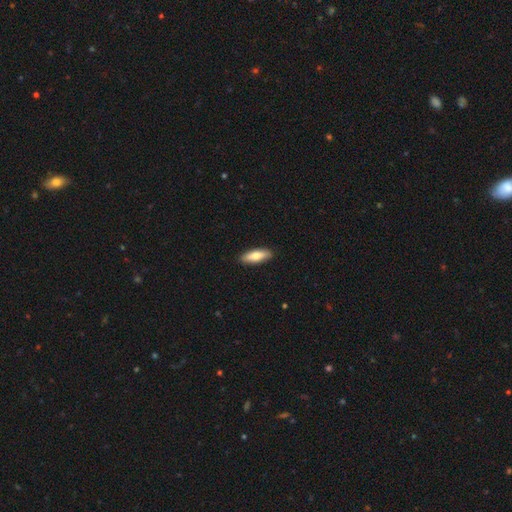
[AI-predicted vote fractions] smooth 74%, featured or disk 20%, star or artifact 5%. Down the decision tree: how rounded — in between (58%); merging — none (90%).